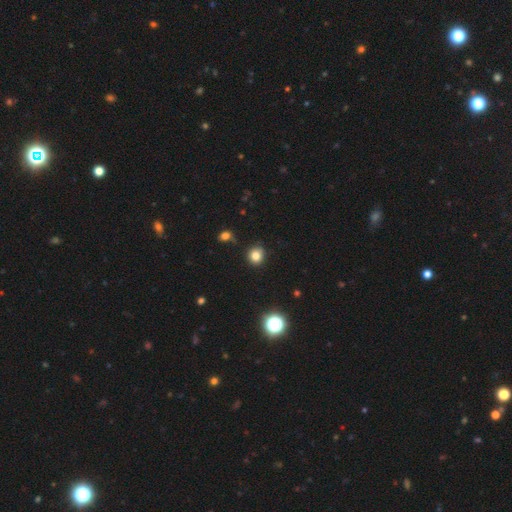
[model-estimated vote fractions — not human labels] A smooth galaxy with no disk features (82%) that is round (85%).

Vote fractions:
- Smooth or featured? smooth: 82% / star or artifact: 13% / featured or disk: 5%
- How rounded? round: 85% / in between: 14% / cigar-shaped: 1%
- Merging? none: 84% / minor disturbance: 11% / merger: 3% / major disturbance: 3%